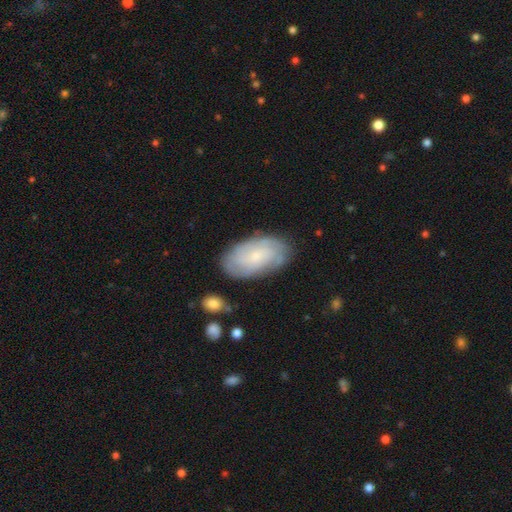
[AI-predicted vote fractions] This appears to be a featured or disk galaxy (56%) with no bar (73%), spiral arms (84%) and a small central bulge (73%). Merging: none (78%).